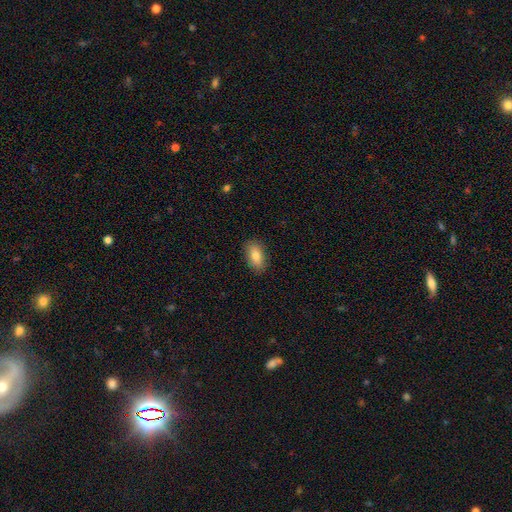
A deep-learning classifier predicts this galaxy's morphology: A smooth galaxy with no disk features (82%) that is in between round and cigar-shaped (90%). Merging: none (88%).